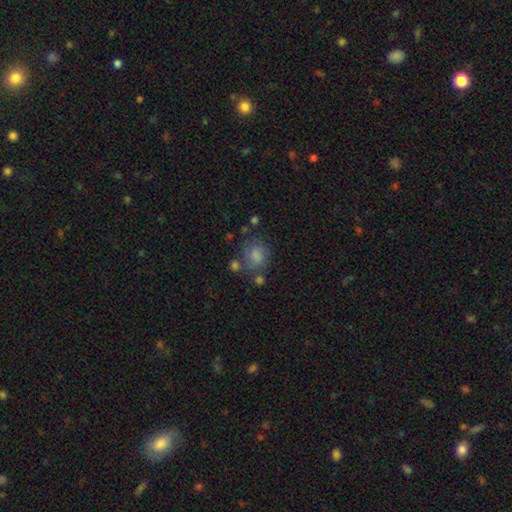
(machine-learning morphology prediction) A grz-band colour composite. It shows a smooth galaxy with no disk features (76%) that is round (74%). Merging: none (57%).